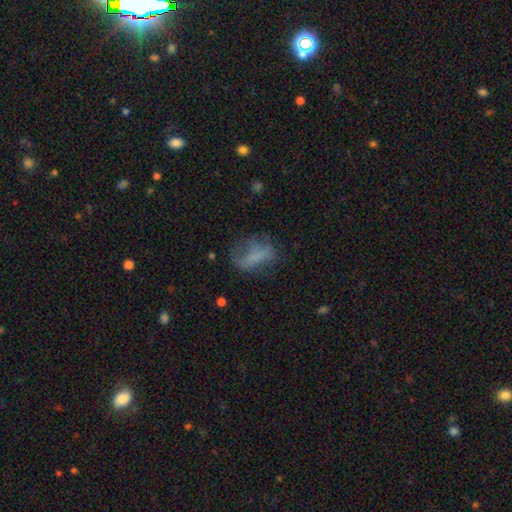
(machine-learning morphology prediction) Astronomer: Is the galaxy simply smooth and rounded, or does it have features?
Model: smooth — 51% (runner-up: featured or disk, 34%).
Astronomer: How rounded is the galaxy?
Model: in between — 75%.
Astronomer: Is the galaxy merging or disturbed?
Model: none — 40% (runner-up: major disturbance, 33%).